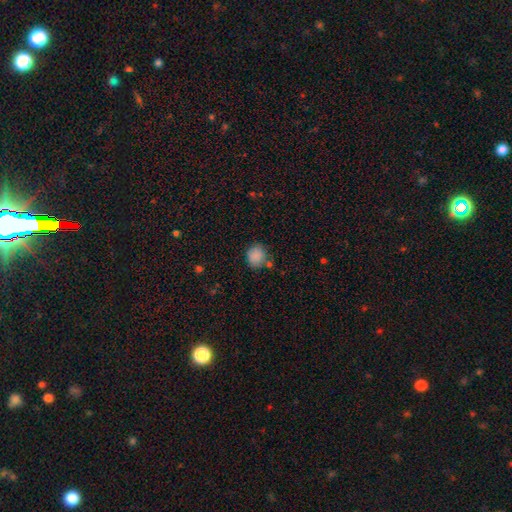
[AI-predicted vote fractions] Overall: smooth (86%). How rounded: round (78%). Merging: none (71%).